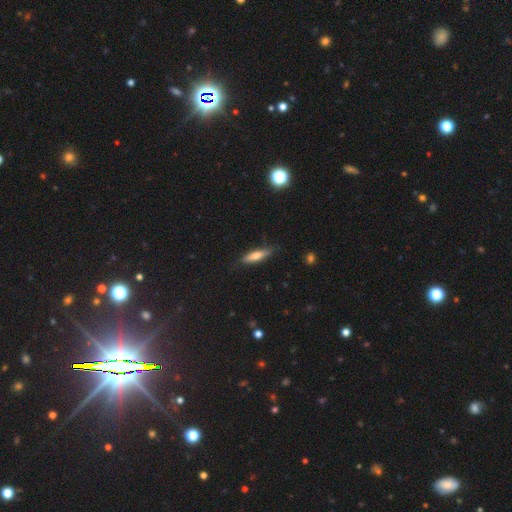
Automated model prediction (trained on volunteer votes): Smooth or featured?
  - smooth: 64% *
  - featured or disk: 29%
  - star or artifact: 7%
How rounded?
  - cigar-shaped: 72% *
  - in between: 26%
  - round: 2%
Merging?
  - none: 80% *
  - minor disturbance: 16%
  - major disturbance: 3%
  - merger: 1%